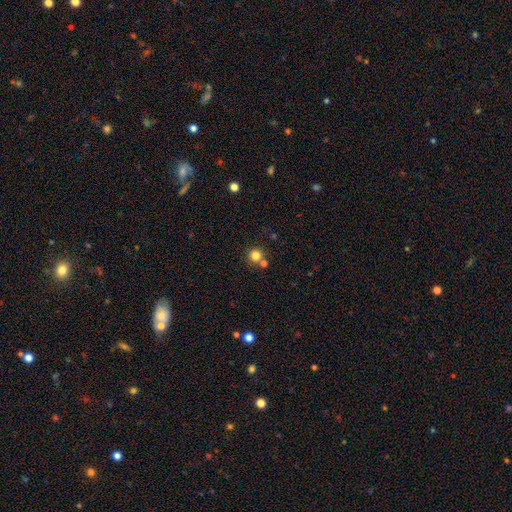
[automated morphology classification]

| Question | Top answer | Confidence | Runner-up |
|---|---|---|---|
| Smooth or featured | smooth | 81% | star or artifact (13%) |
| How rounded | round | 93% | in between (6%) |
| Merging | none | 70% | merger (20%) |